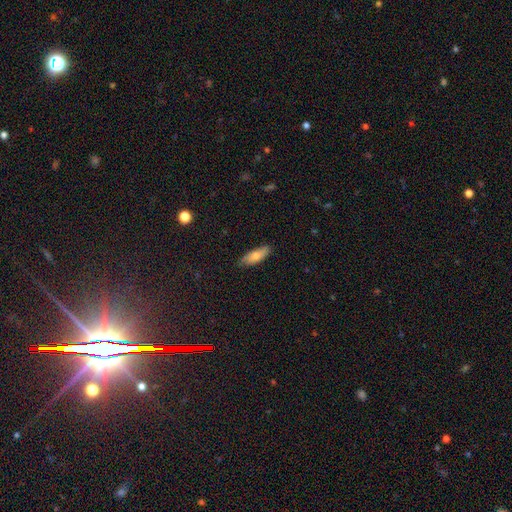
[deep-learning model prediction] smooth 75%, featured or disk 19%, star or artifact 6%. Down the decision tree: how rounded — in between (61%); merging — none (82%).